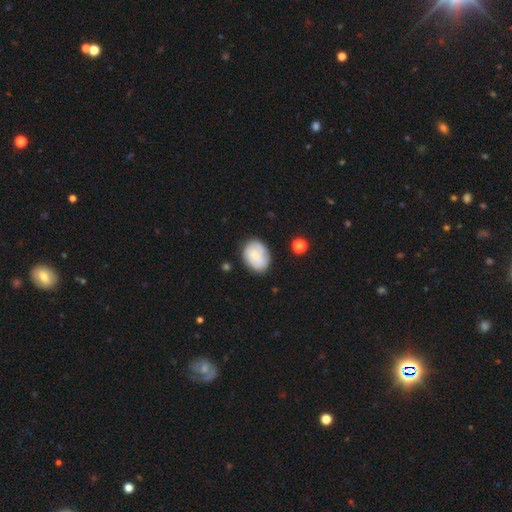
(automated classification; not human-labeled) A smooth galaxy with no disk features (62%) that is in between round and cigar-shaped (69%). Merging: none (75%).